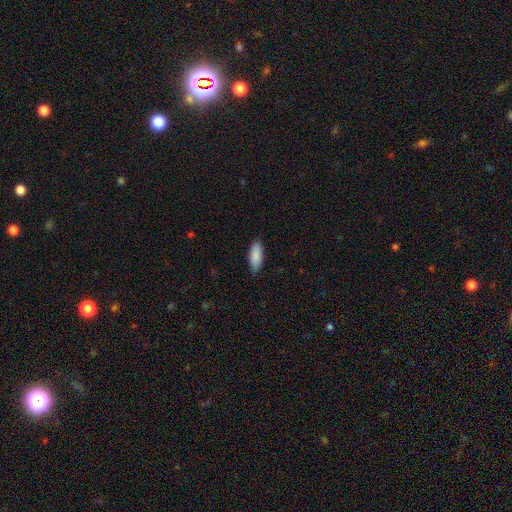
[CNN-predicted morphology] Smooth or featured? Predicted: smooth (p=0.89). How rounded? Predicted: in between (p=0.74). Merging? Predicted: none (p=0.85).